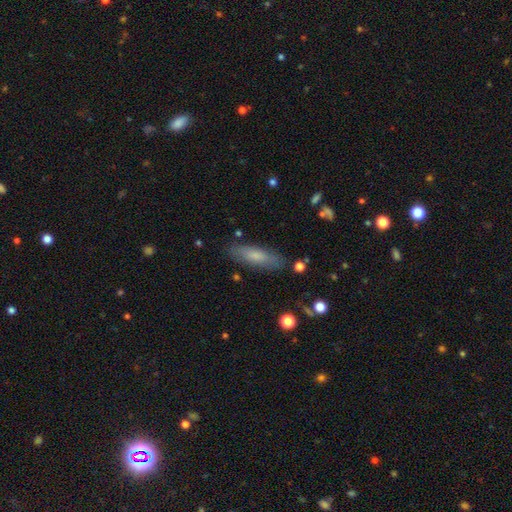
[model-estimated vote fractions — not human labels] This is likely a smooth galaxy (71%). How rounded: possibly cigar-shaped (59%). Merging: clearly none (82%).